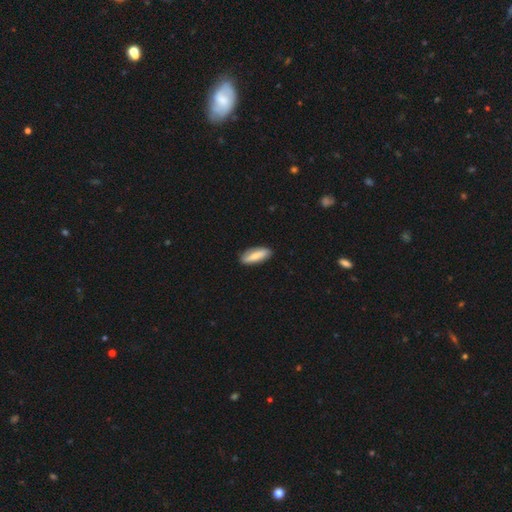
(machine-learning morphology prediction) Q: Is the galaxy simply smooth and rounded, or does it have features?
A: smooth — 73%.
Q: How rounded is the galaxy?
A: in between — 62%.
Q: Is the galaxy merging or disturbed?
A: none — 86%.